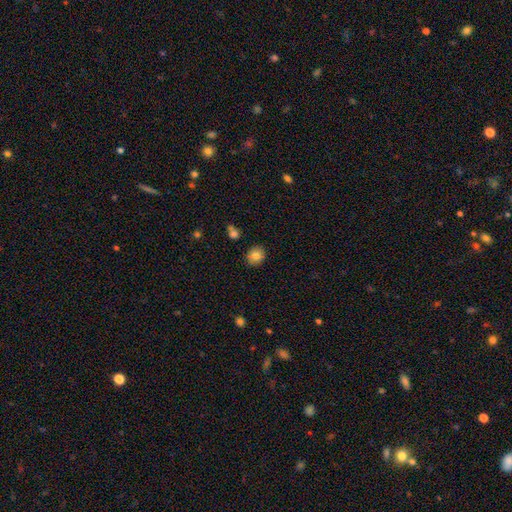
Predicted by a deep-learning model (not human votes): Smooth or featured?
  - smooth: 81% *
  - featured or disk: 10%
  - star or artifact: 10%
How rounded?
  - round: 67% *
  - in between: 32%
  - cigar-shaped: 1%
Merging?
  - none: 86% *
  - minor disturbance: 10%
  - merger: 2%
  - major disturbance: 2%